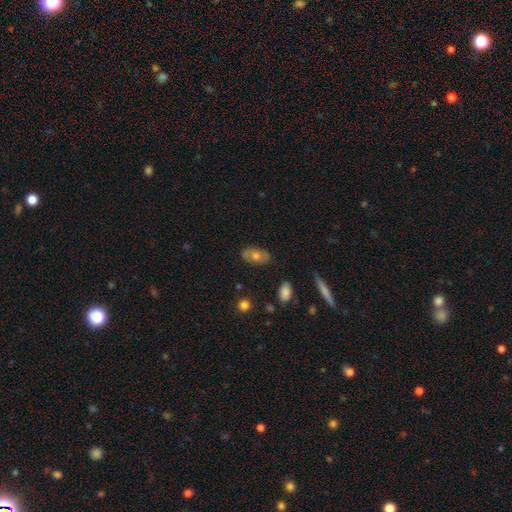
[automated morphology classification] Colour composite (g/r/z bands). It shows a smooth galaxy with no disk features (49%). Merging: none (82%).